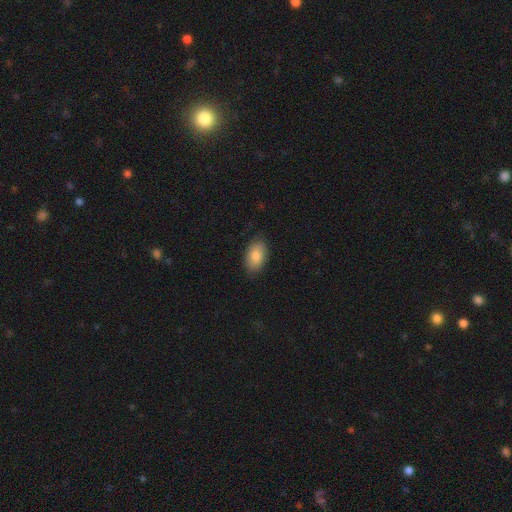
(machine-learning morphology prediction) A smooth galaxy with no disk features (84%) that is in between round and cigar-shaped (92%).

Vote fractions:
- Smooth or featured? smooth: 84% / featured or disk: 9% / star or artifact: 7%
- How rounded? in between: 92% / round: 7% / cigar-shaped: 1%
- Merging? none: 84% / minor disturbance: 12% / major disturbance: 3% / merger: 1%